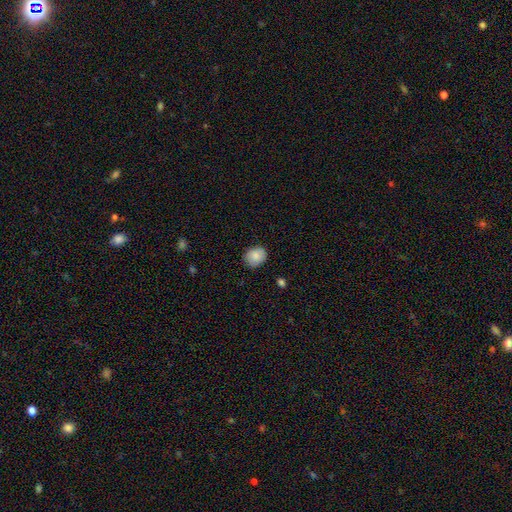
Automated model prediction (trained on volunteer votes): Smooth or featured? smooth (87%)
How rounded? round (63%)
Merging? none (83%)